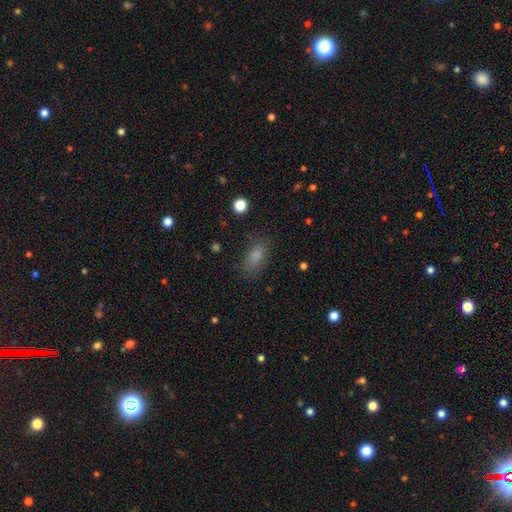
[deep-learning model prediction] This appears to be a smooth galaxy with no disk features (80%) that is in between round and cigar-shaped (86%). Merging: none (74%).